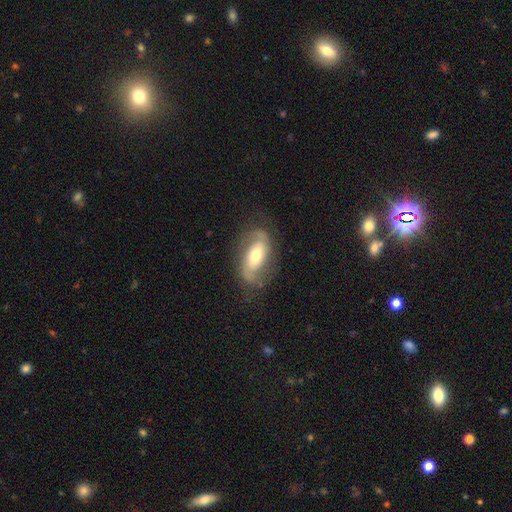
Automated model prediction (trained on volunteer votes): featured or disk 67%, smooth 27%, star or artifact 6%. Down the decision tree: edge-on disk — no (92%); bar — no (38%); spiral arms — yes (85%); spiral arm count — 2 (85%); spiral winding — medium (40%); bulge size — moderate (58%); merging — none (68%).